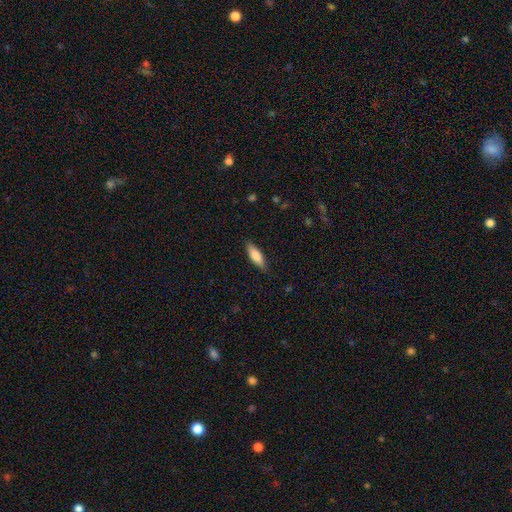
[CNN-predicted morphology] A smooth galaxy with no disk features (75%) that is cigar-shaped (51%).

Vote fractions:
- Smooth or featured? smooth: 75% / featured or disk: 19% / star or artifact: 6%
- How rounded? cigar-shaped: 51% / in between: 47% / round: 2%
- Merging? none: 85% / minor disturbance: 11% / major disturbance: 2% / merger: 1%